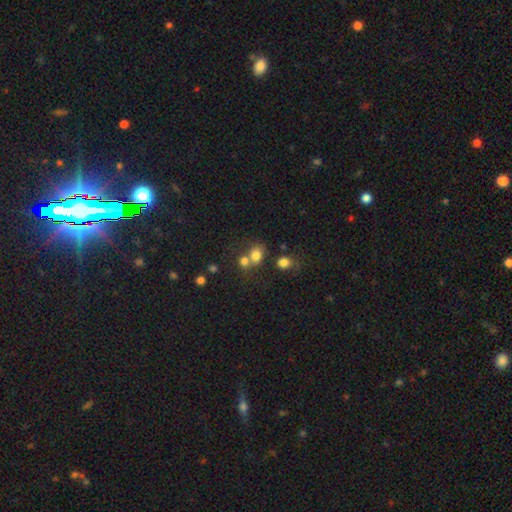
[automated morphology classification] smooth 75%, star or artifact 15%, featured or disk 10%. Down the decision tree: how rounded — round (62%); merging — merger (46%).